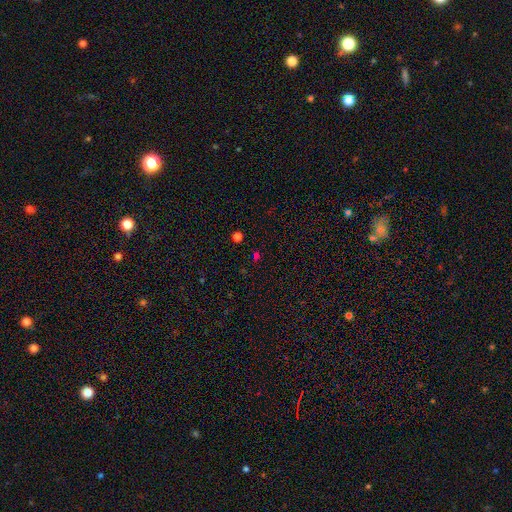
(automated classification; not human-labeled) The model was most divided on "smooth or featured": smooth: 56%, star or artifact: 39%, featured or disk: 5%. More confident: merging — none (84%); how rounded — round (77%).